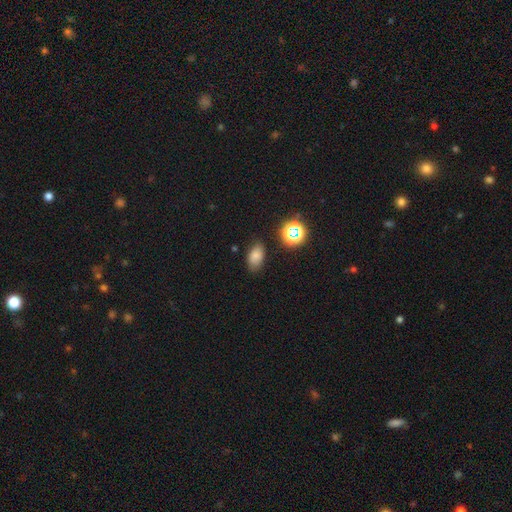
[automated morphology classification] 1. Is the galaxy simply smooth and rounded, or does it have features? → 77% smooth, 15% star or artifact, 8% featured or disk.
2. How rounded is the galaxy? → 89% in between, 10% round, 2% cigar-shaped.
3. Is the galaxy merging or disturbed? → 80% none, 14% minor disturbance, 3% major disturbance, 2% merger.